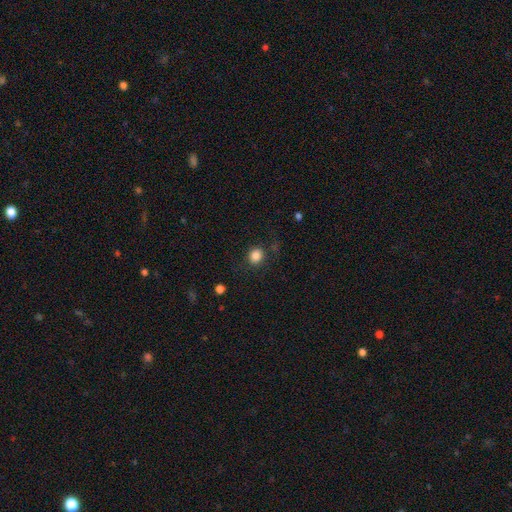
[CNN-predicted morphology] A smooth galaxy with no disk features (85%) that is round (77%). Merging: none (83%).